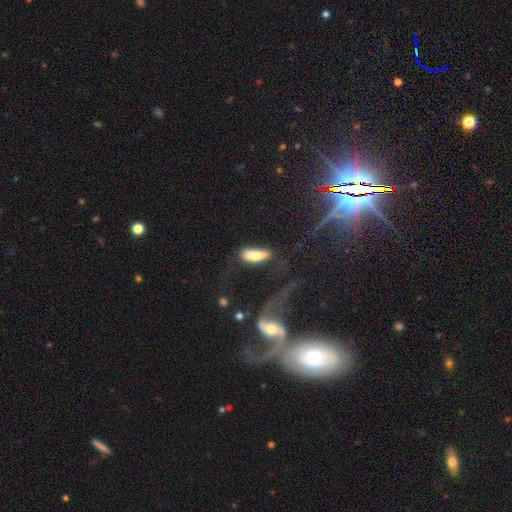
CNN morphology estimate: smooth 68%, featured or disk 25%, star or artifact 7%. Down the decision tree: how rounded — in between (67%); merging — none (50%).